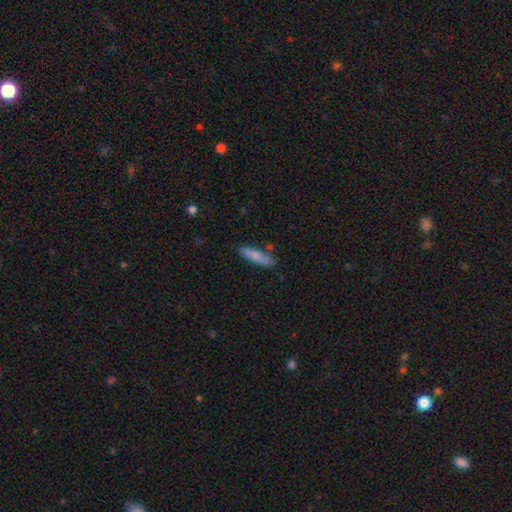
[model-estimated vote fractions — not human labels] Smooth or featured?
  - smooth: 77% *
  - featured or disk: 17%
  - star or artifact: 6%
How rounded?
  - cigar-shaped: 67% *
  - in between: 31%
  - round: 2%
Merging?
  - none: 77% *
  - minor disturbance: 15%
  - merger: 5%
  - major disturbance: 3%